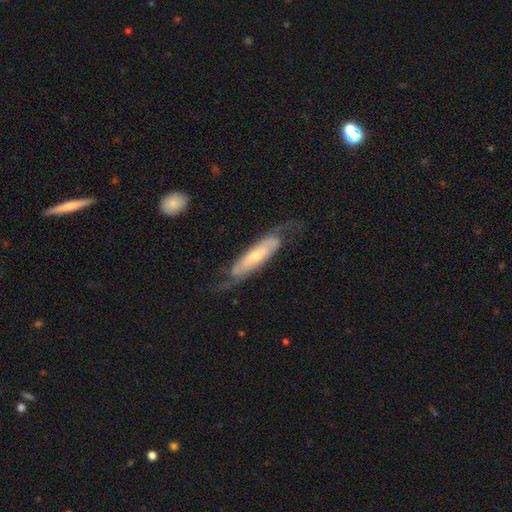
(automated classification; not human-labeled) Smooth or featured?
  - featured or disk: 73% *
  - smooth: 22%
  - star or artifact: 5%
Edge-on disk?
  - no: 72% *
  - yes: 28%
Bar?
  - no: 58% *
  - weak: 27%
  - strong: 15%
Spiral arms?
  - yes: 88% *
  - no: 12%
Bulge size?
  - small: 53% *
  - moderate: 39%
  - large: 4%
  - none: 3%
  - dominant: 2%
Merging?
  - none: 62% *
  - minor disturbance: 20%
  - major disturbance: 15%
  - merger: 2%